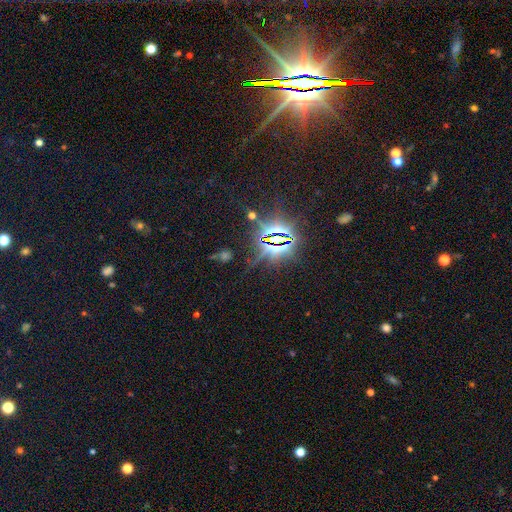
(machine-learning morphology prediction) smooth_or_featured: star or artifact (p=0.84) [alt: smooth p=0.08]